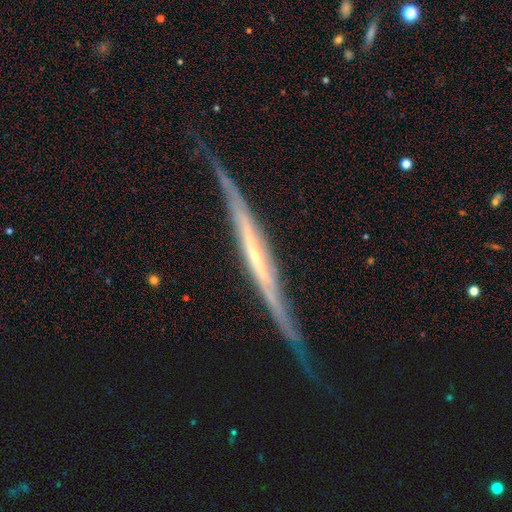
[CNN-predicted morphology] This is clearly a featured or disk galaxy (82%). It is clearly viewed edge-on (92%). Edge-on bulge: likely none (69%). Merging: likely none (70%).